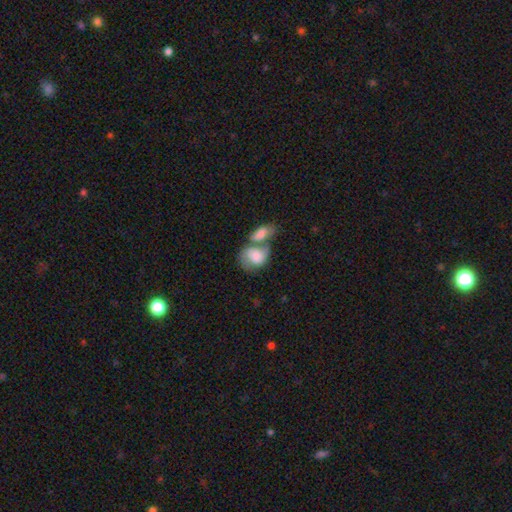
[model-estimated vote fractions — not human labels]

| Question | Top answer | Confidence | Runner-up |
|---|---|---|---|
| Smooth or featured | smooth | 64% | featured or disk (29%) |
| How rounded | in between | 65% | round (33%) |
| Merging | merger | 69% | none (16%) |